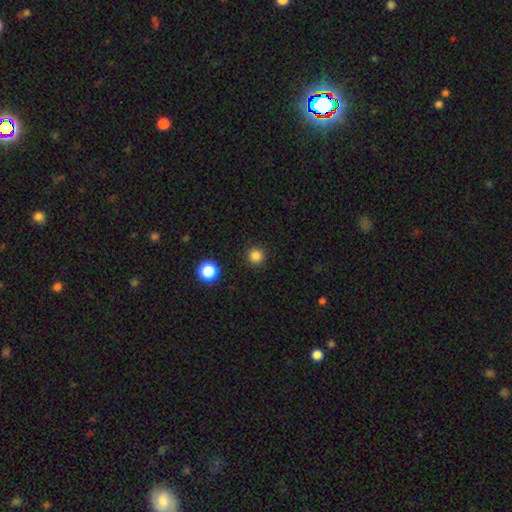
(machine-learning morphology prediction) The model was most divided on "smooth or featured": smooth: 83%, star or artifact: 13%, featured or disk: 3%. More confident: how rounded — round (95%); merging — none (91%).